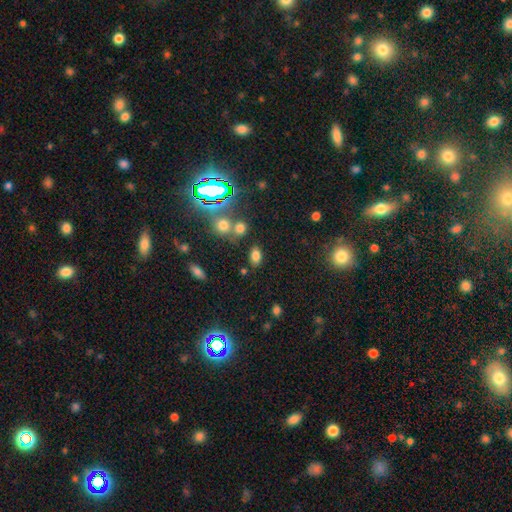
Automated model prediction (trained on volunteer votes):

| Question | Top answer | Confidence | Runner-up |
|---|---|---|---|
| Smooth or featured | smooth | 74% | star or artifact (19%) |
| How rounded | in between | 84% | round (14%) |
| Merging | none | 76% | minor disturbance (11%) |